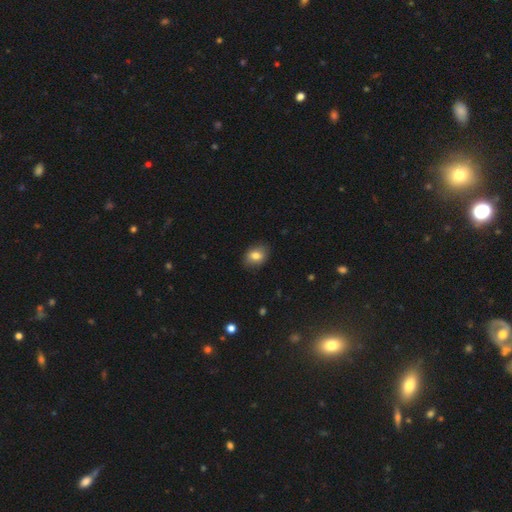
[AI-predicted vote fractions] Morphology: type=smooth (79%); roundness=in between (65%); merging=none (85%).